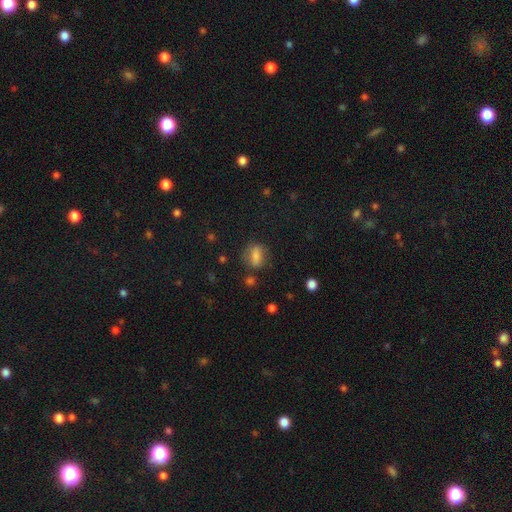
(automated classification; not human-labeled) Q: Smooth or featured?
A: smooth (72%); runner-up: featured or disk (16%)
Q: How rounded?
A: in between (64%); runner-up: round (26%)
Q: Merging?
A: none (72%); runner-up: minor disturbance (17%)